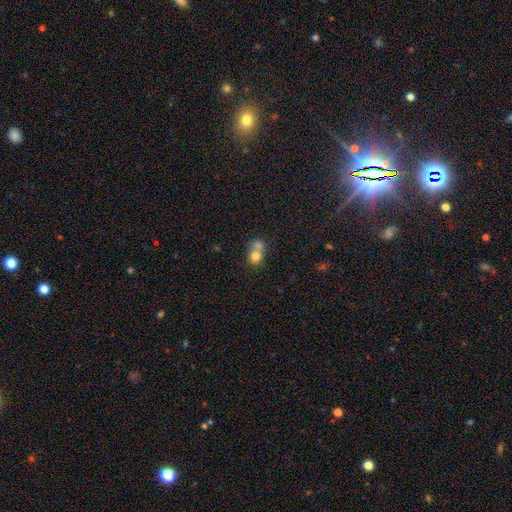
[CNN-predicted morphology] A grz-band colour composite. It shows a smooth galaxy with no disk features (75%) that is round (72%). Merging: merger (64%).